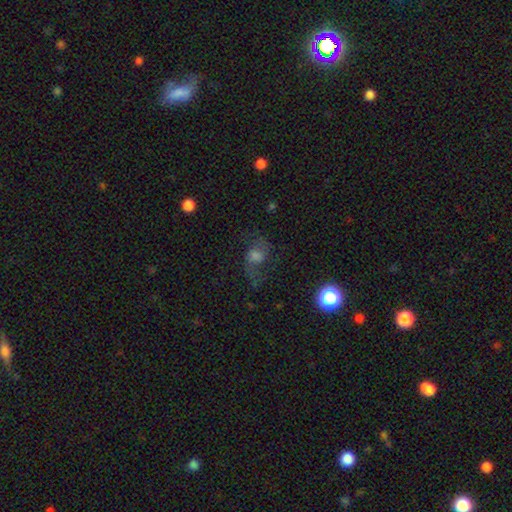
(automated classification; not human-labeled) A featured or disk galaxy (46%). Merging: none (60%).